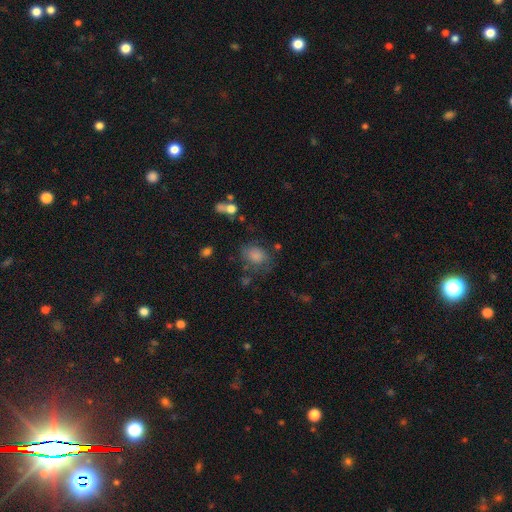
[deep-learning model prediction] smooth-or-featured: smooth: 74% | featured or disk: 14% | star or artifact: 11%
  how-rounded: in between: 56% | round: 43% | cigar-shaped: 1%
  merging: none: 57% | minor disturbance: 24% | major disturbance: 15% | merger: 4%